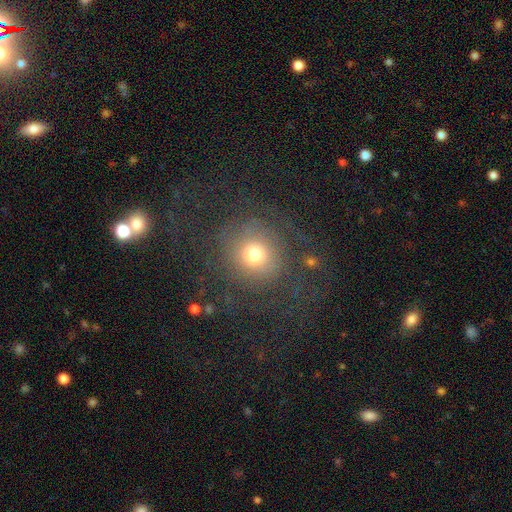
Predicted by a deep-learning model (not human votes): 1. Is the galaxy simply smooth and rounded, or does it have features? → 56% smooth, 26% featured or disk, 18% star or artifact.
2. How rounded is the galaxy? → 89% round, 10% in between, 1% cigar-shaped.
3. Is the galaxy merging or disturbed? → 71% none, 15% major disturbance, 12% minor disturbance, 2% merger.